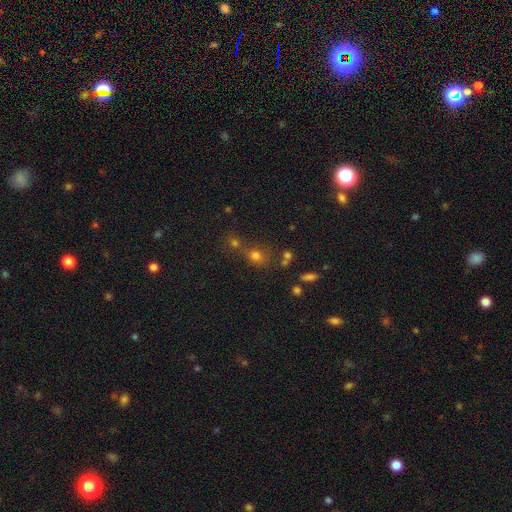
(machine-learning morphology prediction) This appears to be a smooth galaxy with no disk features (68%) that is round (68%). Merging: none (47%).